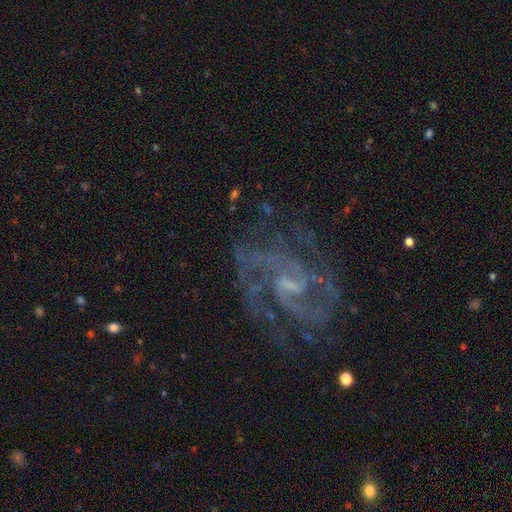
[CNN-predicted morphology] A featured or disk galaxy (85%) with a weak bar (55%), 2 (59%) medium (52%) spiral arms (95%) and a small central bulge (54%). Merging: none (69%).